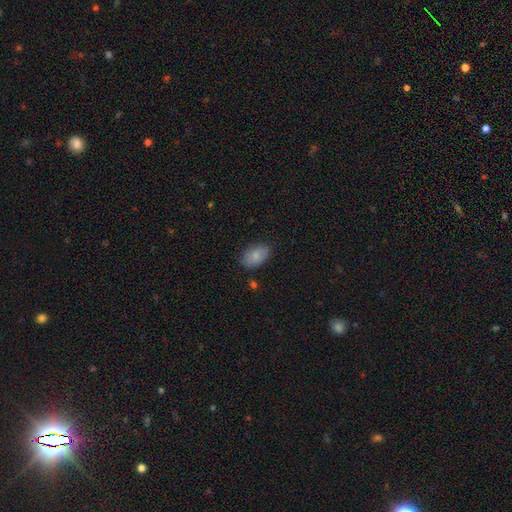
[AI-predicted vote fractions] Smooth or featured? smooth (86%)
How rounded? in between (90%)
Merging? none (78%)